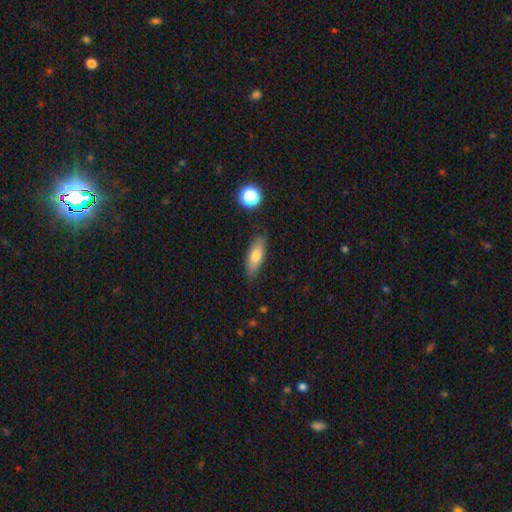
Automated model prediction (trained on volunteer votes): This appears to be a smooth galaxy with no disk features (73%) that is in between round and cigar-shaped (56%). Merging: none (83%).